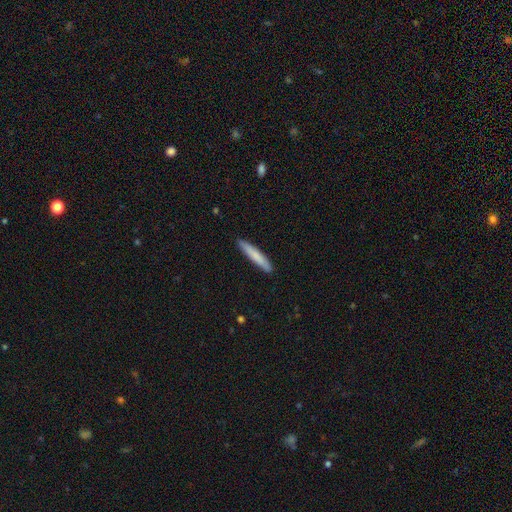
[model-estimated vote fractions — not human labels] Overall: smooth (77%). How rounded: cigar-shaped (93%). Merging: none (90%).